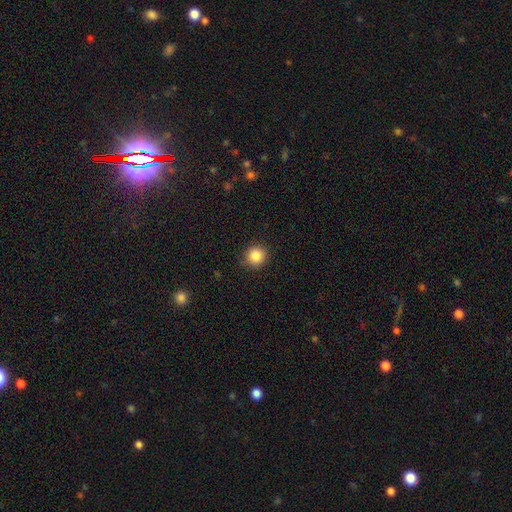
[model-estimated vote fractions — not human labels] smooth 85%, star or artifact 10%, featured or disk 5%. Down the decision tree: how rounded — round (92%); merging — none (87%).